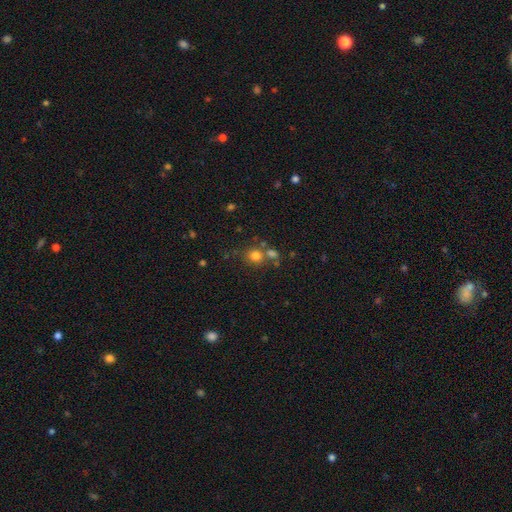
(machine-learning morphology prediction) Smooth or featured? smooth (76%)
How rounded? round (86%)
Merging? none (63%)